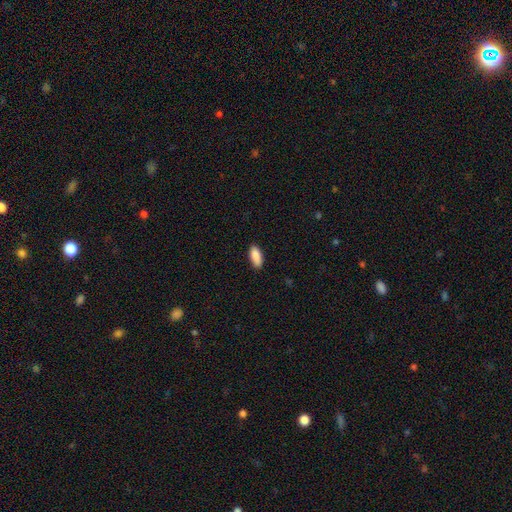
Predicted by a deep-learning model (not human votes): Overall: smooth (89%). How rounded: in between (82%). Merging: none (85%).